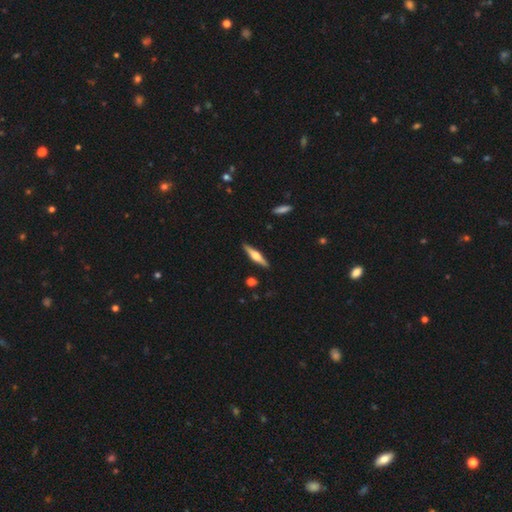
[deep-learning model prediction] Smooth or featured? Predicted: featured or disk (p=0.63). Edge-on disk? Predicted: yes (p=0.97). Edge-on bulge? Predicted: rounded (p=0.89). Merging? Predicted: none (p=0.90).